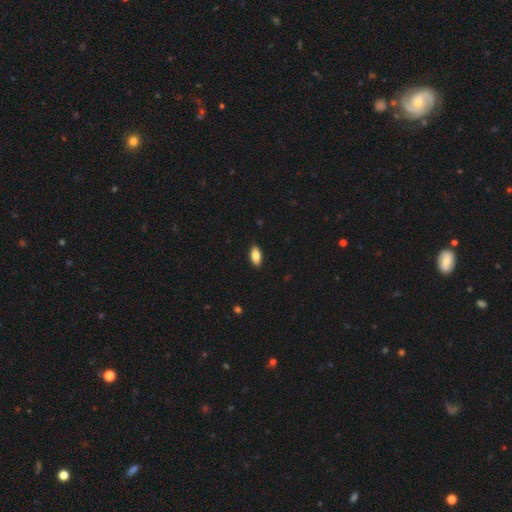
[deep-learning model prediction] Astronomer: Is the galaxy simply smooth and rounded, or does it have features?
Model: smooth — 83%.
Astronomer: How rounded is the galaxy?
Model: in between — 90%.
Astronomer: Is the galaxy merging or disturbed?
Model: none — 90%.